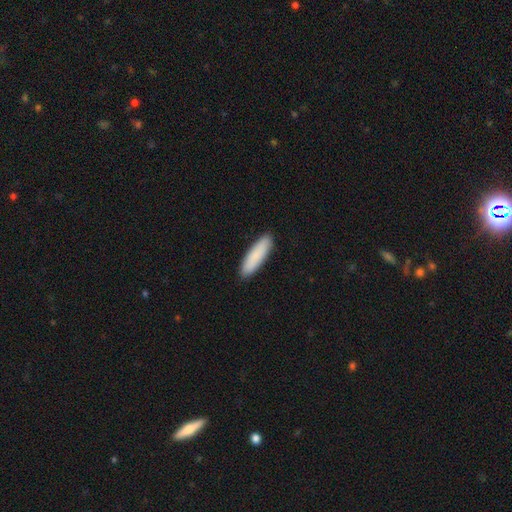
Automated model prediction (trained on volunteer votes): This is clearly a smooth galaxy (87%). How rounded: likely cigar-shaped (69%). Merging: clearly none (91%).